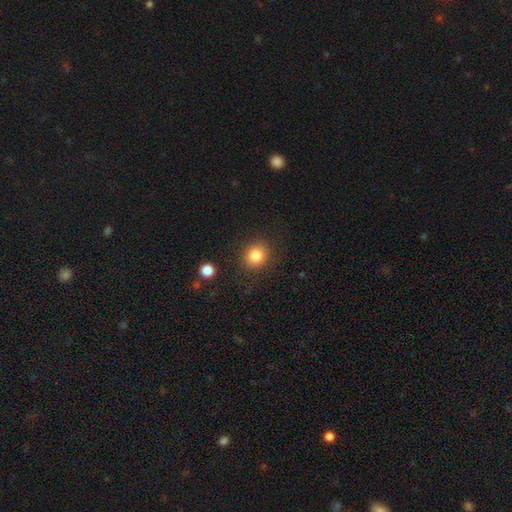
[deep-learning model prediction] smooth_or_featured: smooth (p=0.84) [alt: star or artifact p=0.10]
how_rounded: round (p=0.80) [alt: in between p=0.19]
merging: none (p=0.86) [alt: minor disturbance p=0.08]